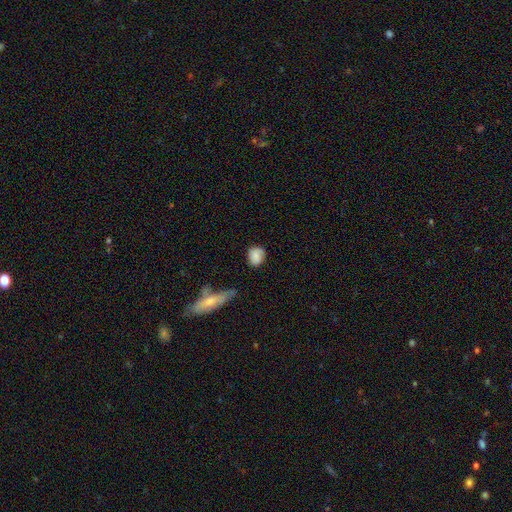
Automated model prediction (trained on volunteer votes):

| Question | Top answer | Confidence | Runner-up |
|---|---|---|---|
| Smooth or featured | smooth | 78% | featured or disk (14%) |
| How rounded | round | 57% | in between (41%) |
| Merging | none | 68% | minor disturbance (23%) |